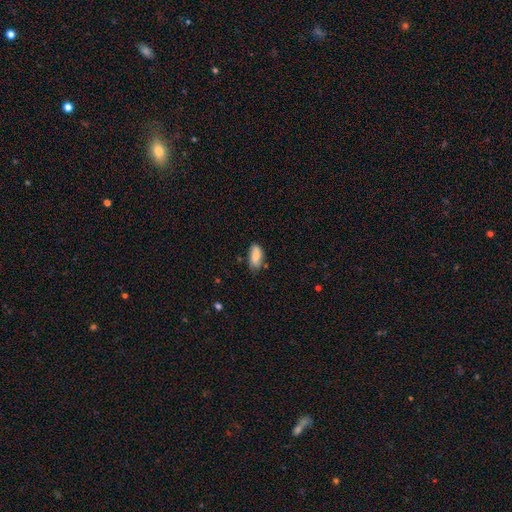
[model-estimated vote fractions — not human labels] smooth 78%, featured or disk 15%, star or artifact 7%. Down the decision tree: how rounded — in between (89%); merging — none (69%).